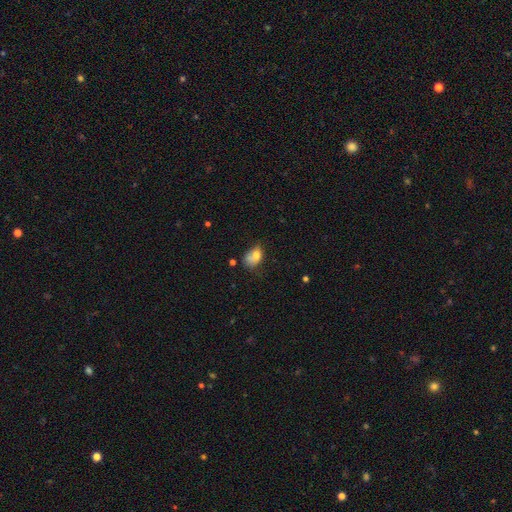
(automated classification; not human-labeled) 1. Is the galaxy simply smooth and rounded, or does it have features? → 71% smooth, 18% featured or disk, 11% star or artifact.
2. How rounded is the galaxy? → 76% in between, 22% round, 2% cigar-shaped.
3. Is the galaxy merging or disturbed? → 33% minor disturbance, 31% none, 21% major disturbance, 15% merger.